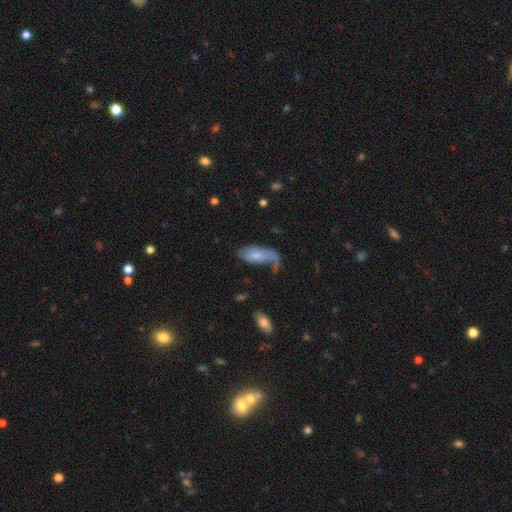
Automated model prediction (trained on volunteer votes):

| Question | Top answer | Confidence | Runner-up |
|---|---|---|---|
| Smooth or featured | featured or disk | 47% | smooth (43%) |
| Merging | major disturbance | 37% | none (33%) |